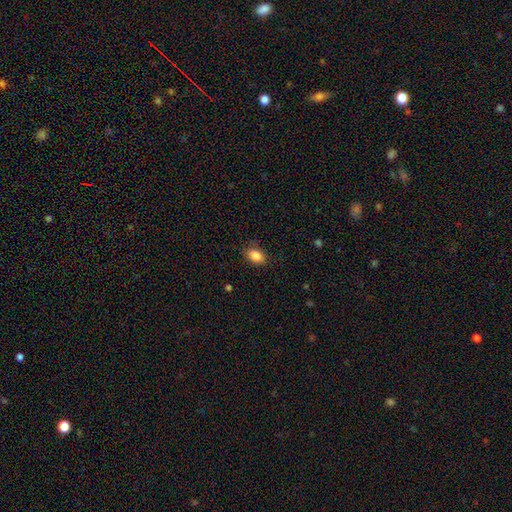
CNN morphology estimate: type=smooth (87%); roundness=in between (84%); merging=none (81%).